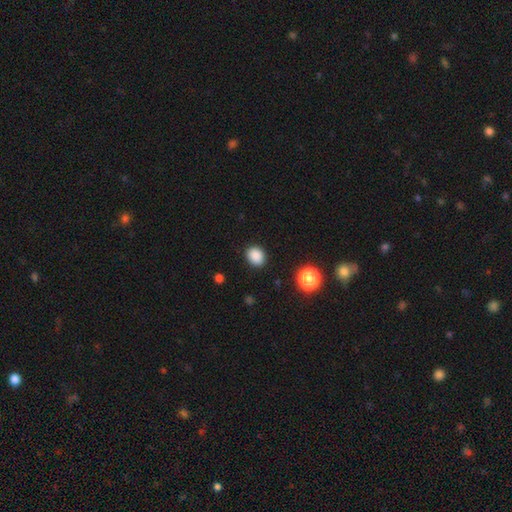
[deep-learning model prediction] Morphology: type=smooth (87%); roundness=in between (50%); merging=none (88%).